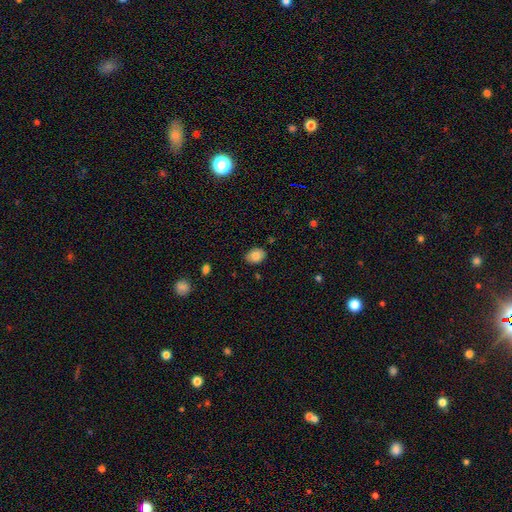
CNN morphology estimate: Q: Smooth or featured?
A: smooth (80%); runner-up: featured or disk (12%)
Q: How rounded?
A: in between (75%); runner-up: round (24%)
Q: Merging?
A: none (85%); runner-up: minor disturbance (11%)